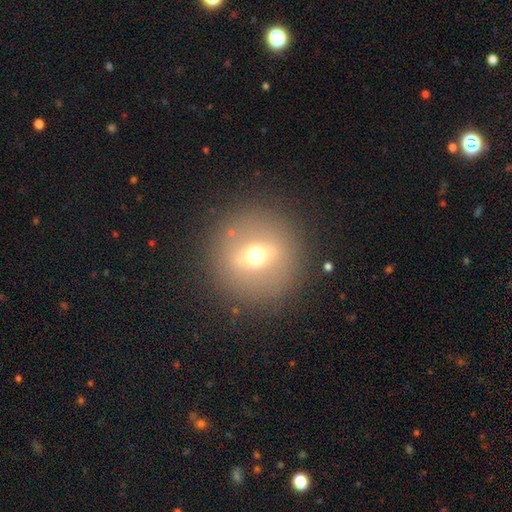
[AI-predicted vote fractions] featured or disk 47%, smooth 39%, star or artifact 14%. Down the decision tree: merging — none (88%).